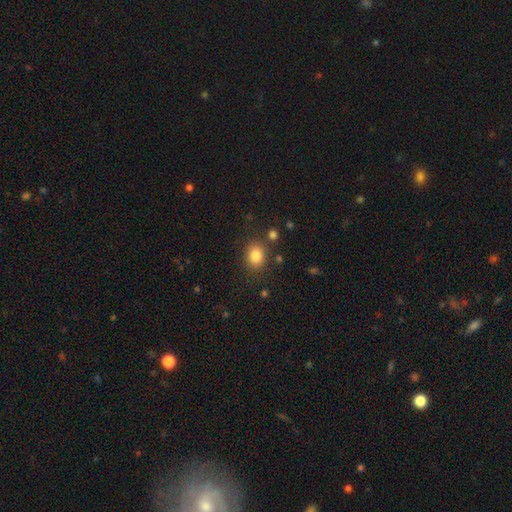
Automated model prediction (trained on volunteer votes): Smooth or featured? Predicted: smooth (p=0.83). How rounded? Predicted: round (p=0.56). Merging? Predicted: none (p=0.82).